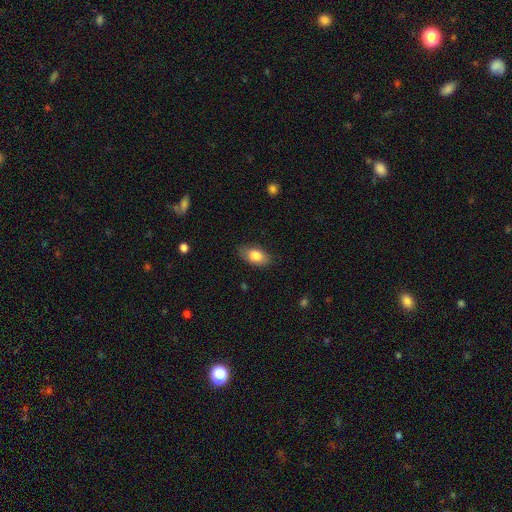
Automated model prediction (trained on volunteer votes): Smooth or featured? Predicted: smooth (p=0.82). How rounded? Predicted: in between (p=0.90). Merging? Predicted: none (p=0.81).